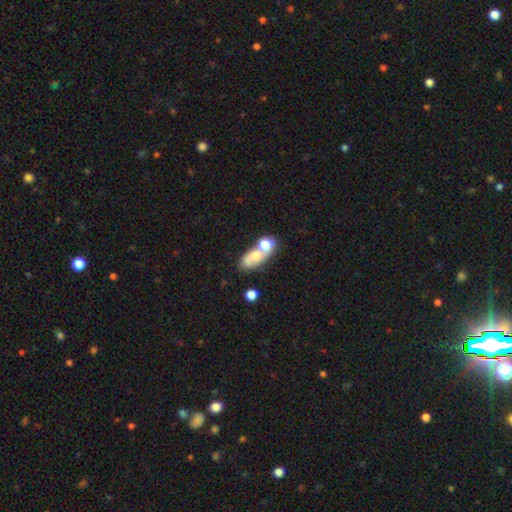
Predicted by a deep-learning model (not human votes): A smooth galaxy with no disk features (60%) that is in between round and cigar-shaped (70%).

Vote fractions:
- Smooth or featured? smooth: 60% / featured or disk: 29% / star or artifact: 11%
- How rounded? in between: 70% / round: 20% / cigar-shaped: 9%
- Merging? merger: 51% / none: 29% / minor disturbance: 11% / major disturbance: 8%